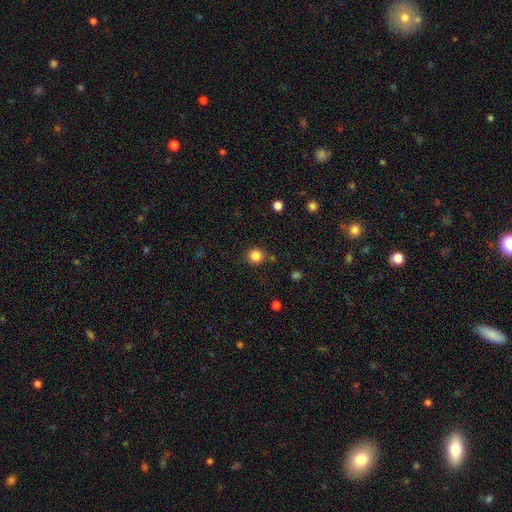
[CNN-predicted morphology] type=smooth (84%); roundness=round (92%); merging=none (85%).